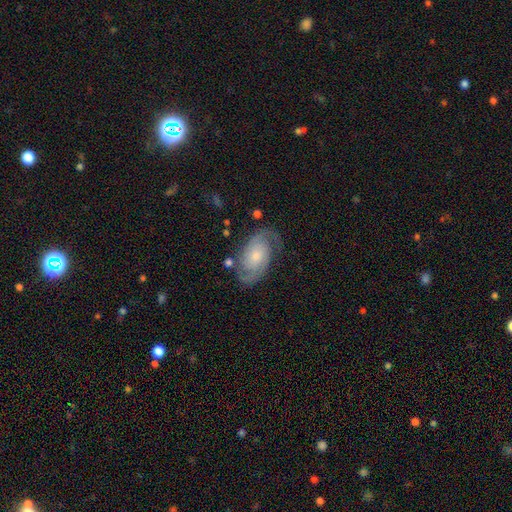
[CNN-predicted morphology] Overall: featured or disk (84%). Edge-on disk: no (97%). Bar: no (69%). Spiral arms: yes (97%). Spiral arm count: 2 (89%). Spiral winding: tight (45%; medium 43%). Bulge size: small (49%; moderate 36%). Merging: none (77%).